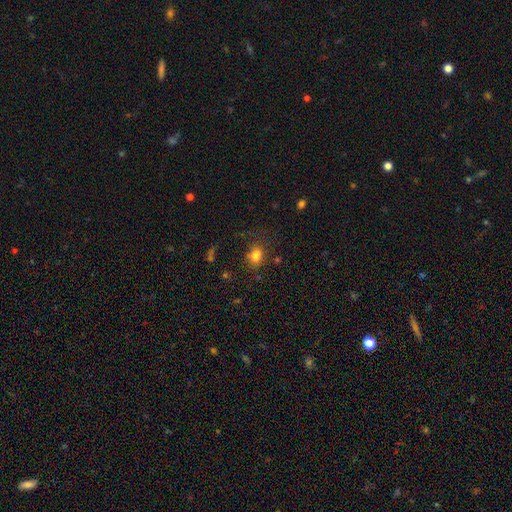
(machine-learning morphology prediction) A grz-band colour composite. It shows a smooth galaxy with no disk features (78%) that is in between round and cigar-shaped (56%). Merging: none (71%).